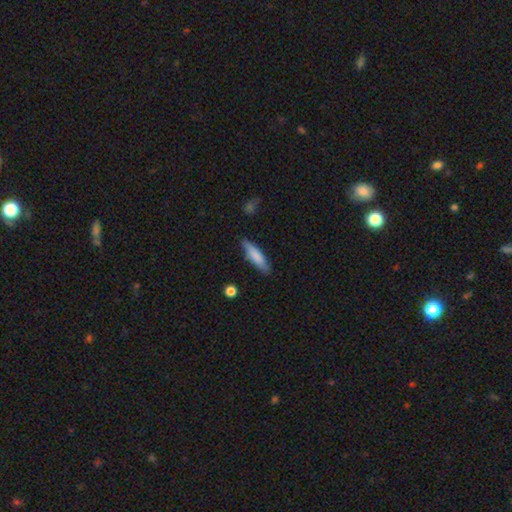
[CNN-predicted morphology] This is likely a smooth galaxy (77%). How rounded: likely cigar-shaped (66%). Merging: likely none (79%).